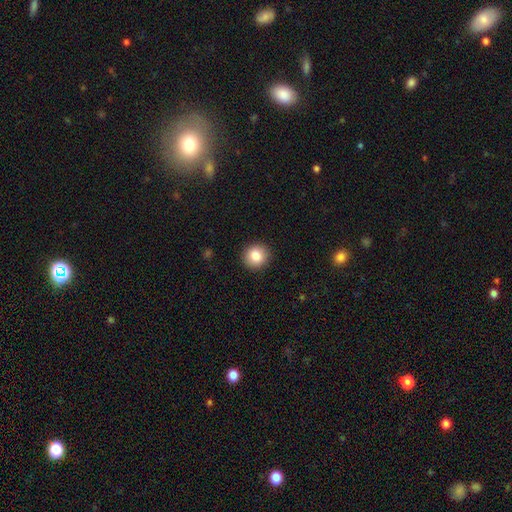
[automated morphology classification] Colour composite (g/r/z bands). It shows a smooth galaxy with no disk features (85%) that is round (90%). Merging: none (92%).